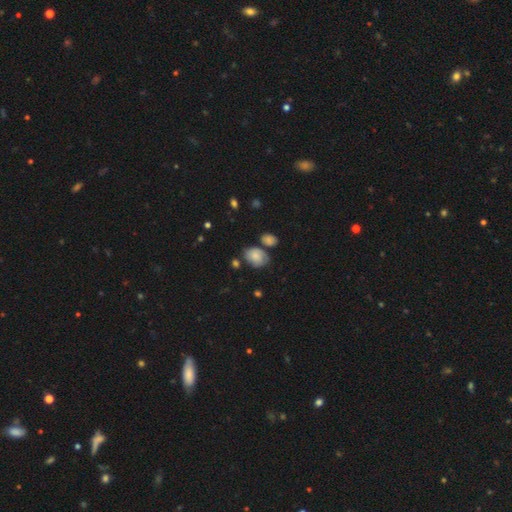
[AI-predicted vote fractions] A smooth galaxy with no disk features (68%) that is in between round and cigar-shaped (65%).

Vote fractions:
- Smooth or featured? smooth: 68% / featured or disk: 23% / star or artifact: 9%
- How rounded? in between: 65% / round: 34% / cigar-shaped: 1%
- Merging? none: 54% / minor disturbance: 24% / merger: 14% / major disturbance: 8%